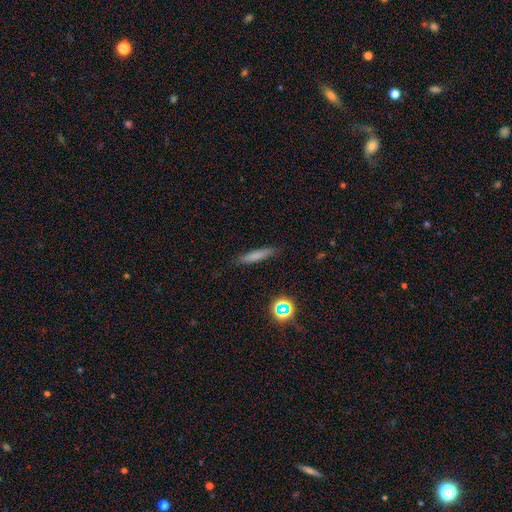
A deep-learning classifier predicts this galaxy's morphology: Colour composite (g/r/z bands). It shows a smooth galaxy with no disk features (74%) that is cigar-shaped (86%). Merging: none (85%).